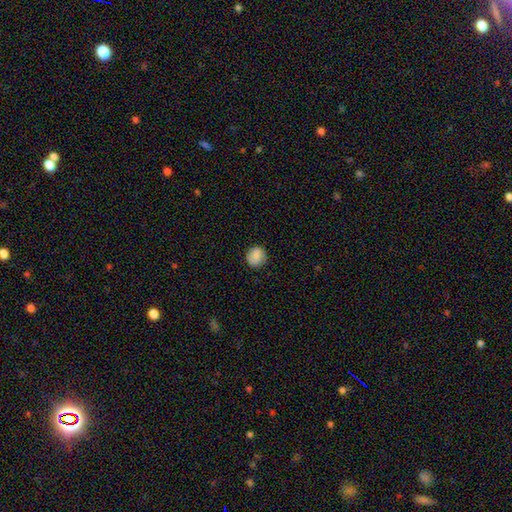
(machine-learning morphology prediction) smooth_or_featured: smooth (p=0.77) [alt: featured or disk p=0.15]
how_rounded: round (p=0.88) [alt: in between p=0.11]
merging: none (p=0.86) [alt: minor disturbance p=0.10]